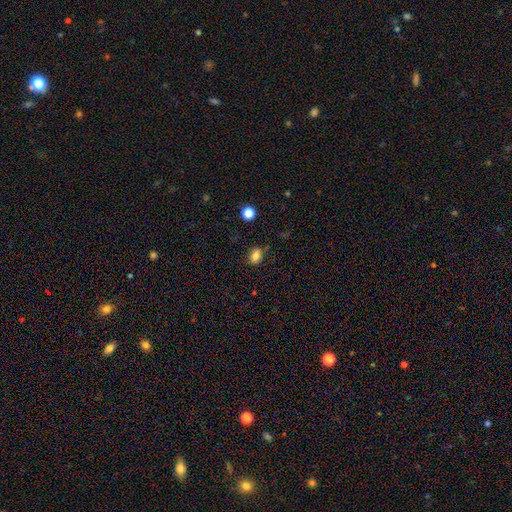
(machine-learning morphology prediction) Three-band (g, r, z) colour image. It shows a smooth galaxy with no disk features (81%) that is in between round and cigar-shaped (63%). Merging: none (77%).